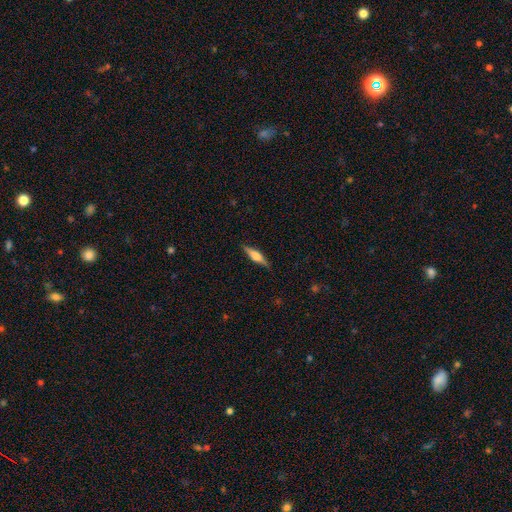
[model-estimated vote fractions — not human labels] Smooth or featured? Predicted: featured or disk (p=0.59). Edge-on disk? Predicted: yes (p=0.96). Edge-on bulge? Predicted: rounded (p=0.83). Merging? Predicted: none (p=0.85).